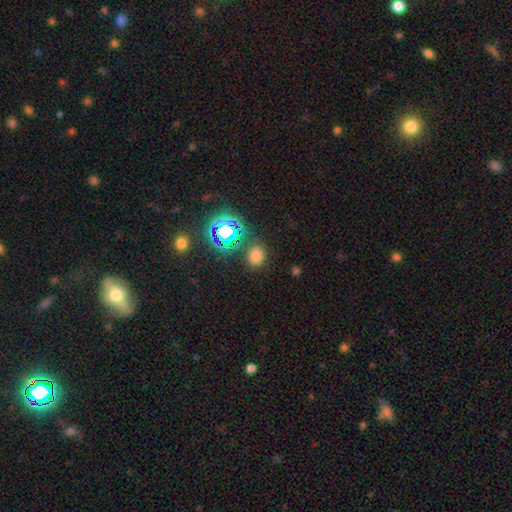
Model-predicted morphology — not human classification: Smooth or featured: smooth — 68% (star or artifact — 27%)
How rounded: in between — 50% (round — 49%)
Merging: none — 82% (minor disturbance — 11%)